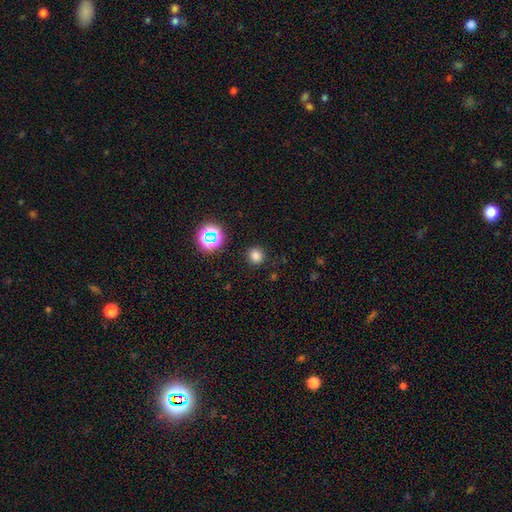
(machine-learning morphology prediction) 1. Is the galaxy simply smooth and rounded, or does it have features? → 78% smooth, 18% star or artifact, 4% featured or disk.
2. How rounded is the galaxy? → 91% round, 8% in between, 1% cigar-shaped.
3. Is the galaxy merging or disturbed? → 89% none, 6% minor disturbance, 3% major disturbance, 1% merger.